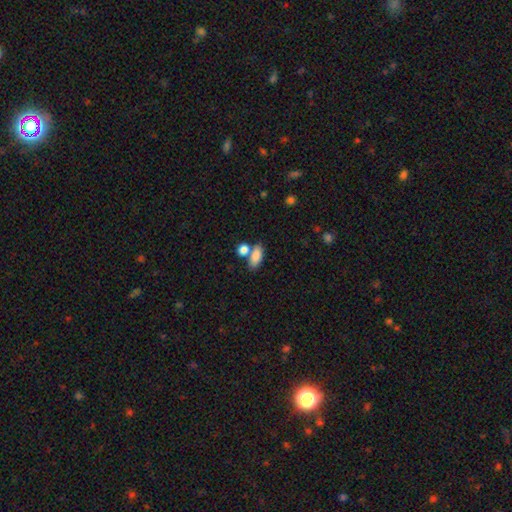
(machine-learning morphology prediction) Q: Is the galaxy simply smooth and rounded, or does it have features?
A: smooth — 85%.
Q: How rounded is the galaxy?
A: in between — 85%.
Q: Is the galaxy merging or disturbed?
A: none — 54%.